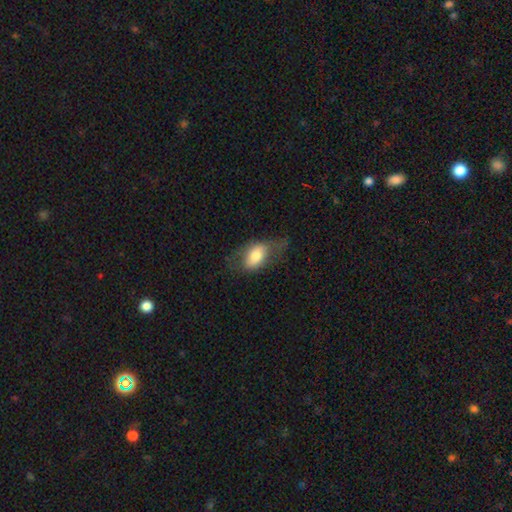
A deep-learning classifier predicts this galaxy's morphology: smooth_or_featured: smooth (p=0.65) [alt: featured or disk p=0.28]
how_rounded: in between (p=0.87) [alt: round p=0.10]
merging: none (p=0.51) [alt: minor disturbance p=0.28]